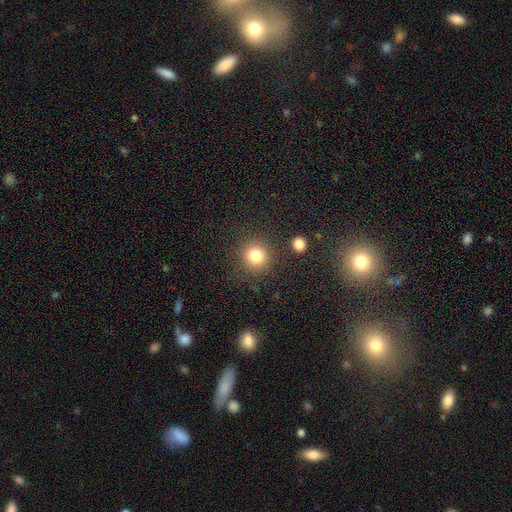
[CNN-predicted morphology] Smooth or featured?
  - smooth: 81% *
  - star or artifact: 12%
  - featured or disk: 7%
How rounded?
  - round: 91% *
  - in between: 8%
  - cigar-shaped: 1%
Merging?
  - none: 85% *
  - minor disturbance: 8%
  - major disturbance: 4%
  - merger: 4%